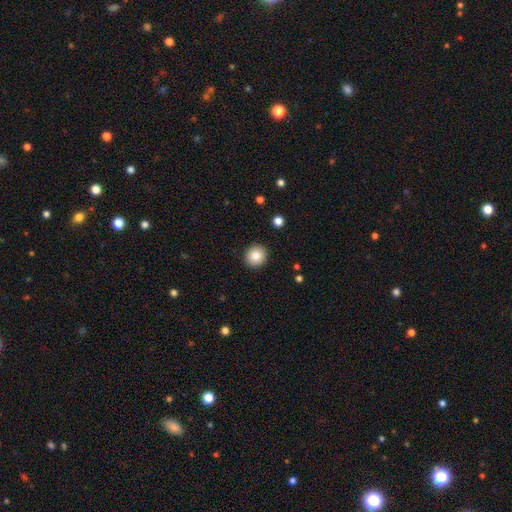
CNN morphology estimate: smooth-or-featured: smooth: 85% | star or artifact: 9% | featured or disk: 6%
  how-rounded: round: 91% | in between: 8% | cigar-shaped: 1%
  merging: none: 92% | minor disturbance: 6% | major disturbance: 2% | merger: 1%